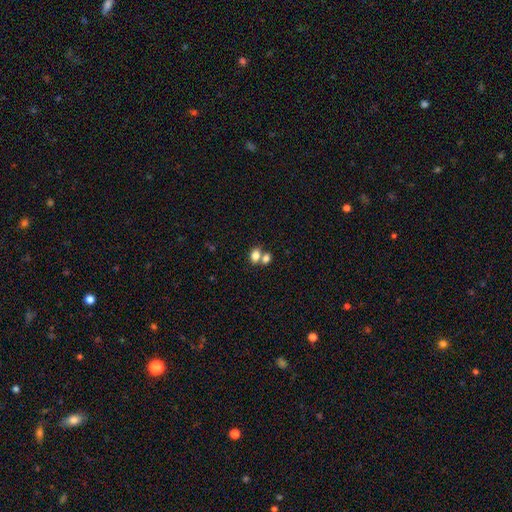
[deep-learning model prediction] This is likely a smooth galaxy (80%). How rounded: likely in between (73%). Merging: possibly merger (49%).